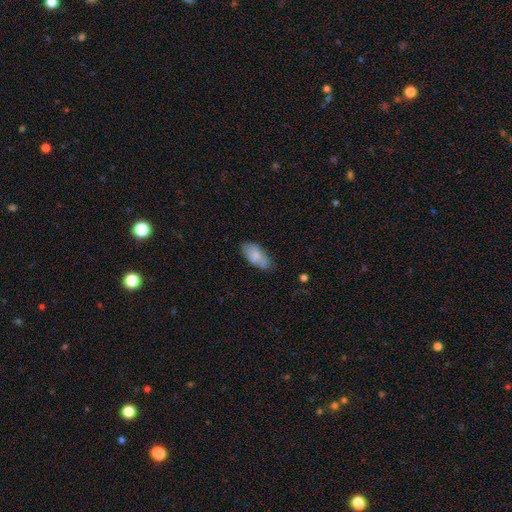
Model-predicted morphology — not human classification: smooth 78%, featured or disk 15%, star or artifact 7%. Down the decision tree: how rounded — in between (92%); merging — none (59%).